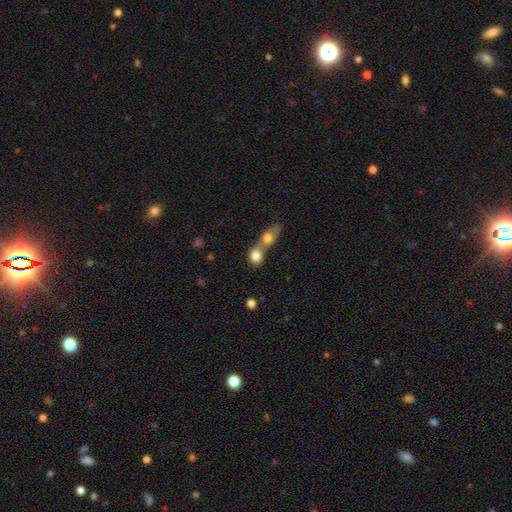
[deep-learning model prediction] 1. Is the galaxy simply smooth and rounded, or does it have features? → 78% smooth, 13% featured or disk, 9% star or artifact.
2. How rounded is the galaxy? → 62% round, 35% in between, 4% cigar-shaped.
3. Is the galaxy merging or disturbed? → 67% merger, 24% none, 6% minor disturbance, 3% major disturbance.